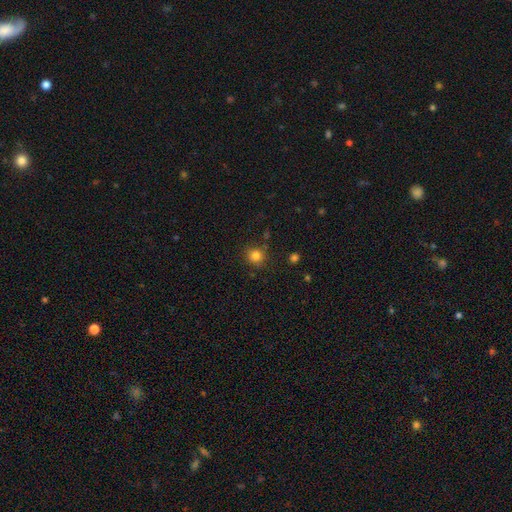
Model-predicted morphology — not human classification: smooth 82%, star or artifact 13%, featured or disk 5%. Down the decision tree: how rounded — round (90%); merging — none (84%).